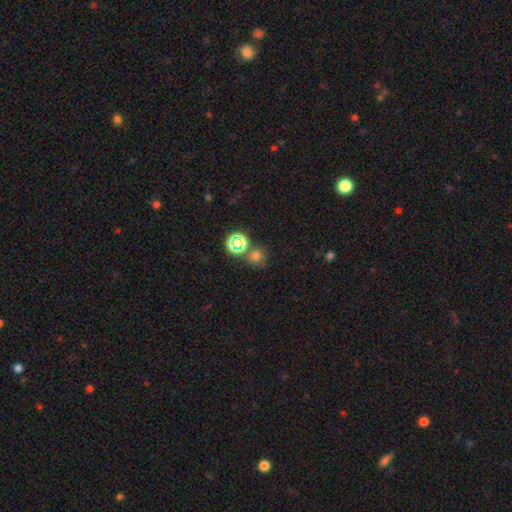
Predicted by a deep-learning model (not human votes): Overall: smooth (63%; star or artifact 28%). How rounded: round (86%). Merging: none (64%).